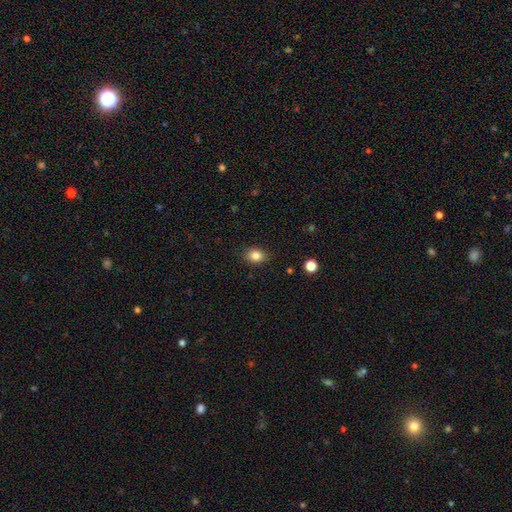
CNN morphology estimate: The model was most divided on "how rounded": in between: 66%, round: 33%, cigar-shaped: 1%. More confident: merging — none (85%); smooth or featured — smooth (84%).